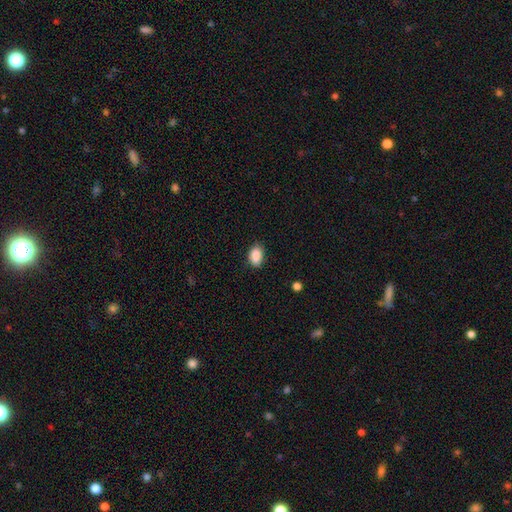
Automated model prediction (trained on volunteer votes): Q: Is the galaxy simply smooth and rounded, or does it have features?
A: smooth — 89%.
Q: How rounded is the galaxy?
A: in between — 87%.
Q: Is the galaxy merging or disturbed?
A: none — 82%.